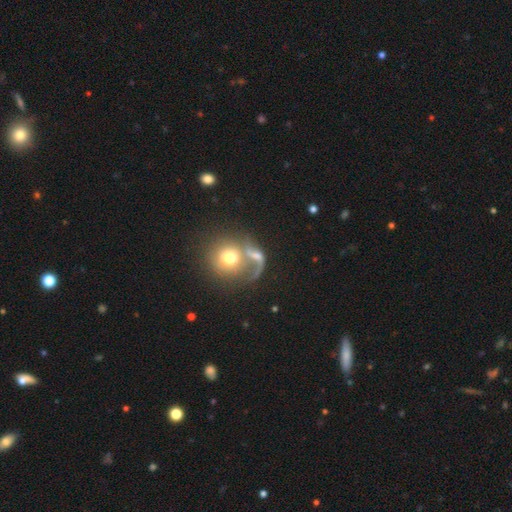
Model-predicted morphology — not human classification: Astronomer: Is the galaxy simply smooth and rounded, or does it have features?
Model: featured or disk — 46% (runner-up: smooth, 42%).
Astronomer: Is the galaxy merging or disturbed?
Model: merger — 51%.